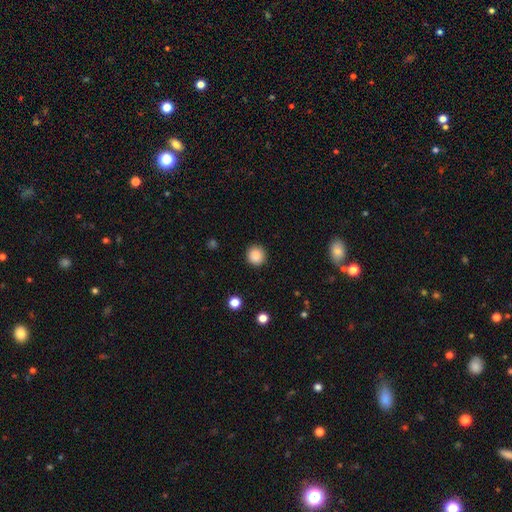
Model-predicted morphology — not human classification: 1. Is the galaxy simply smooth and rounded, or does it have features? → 88% smooth, 9% star or artifact, 3% featured or disk.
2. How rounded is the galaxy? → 93% round, 6% in between, 1% cigar-shaped.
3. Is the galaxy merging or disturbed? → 91% none, 6% minor disturbance, 2% major disturbance, 1% merger.